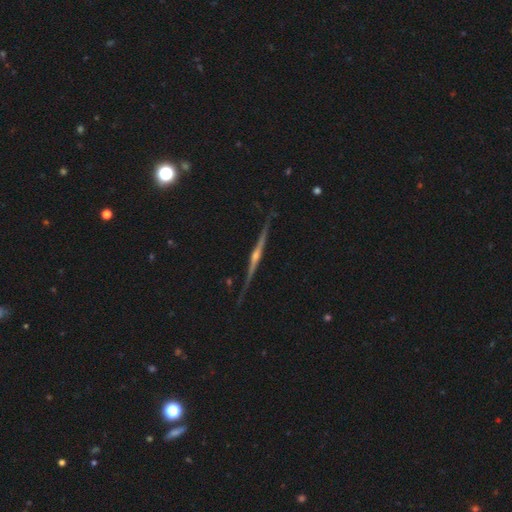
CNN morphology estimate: smooth-or-featured: featured or disk: 87% | smooth: 7% | star or artifact: 6%
  disk-edge-on: yes: 98% | no: 2%
    edge-on-bulge: rounded: 86% | none: 8% | boxy: 6%
  merging: none: 88% | minor disturbance: 8% | major disturbance: 2% | merger: 2%